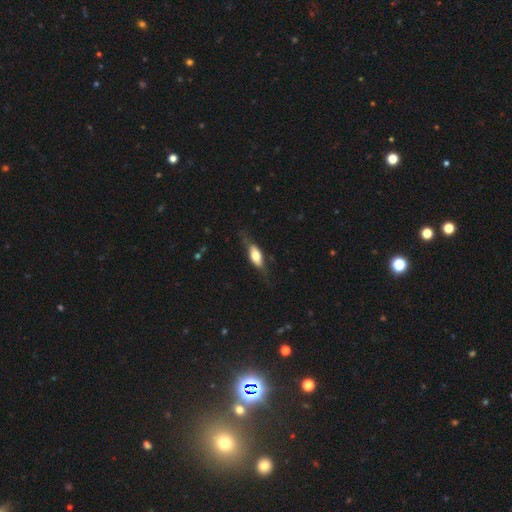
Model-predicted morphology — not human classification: A smooth galaxy with no disk features (57%) that is in between round and cigar-shaped (70%).

Vote fractions:
- Smooth or featured? smooth: 57% / featured or disk: 36% / star or artifact: 6%
- How rounded? in between: 70% / cigar-shaped: 26% / round: 4%
- Merging? none: 66% / minor disturbance: 22% / major disturbance: 10% / merger: 2%